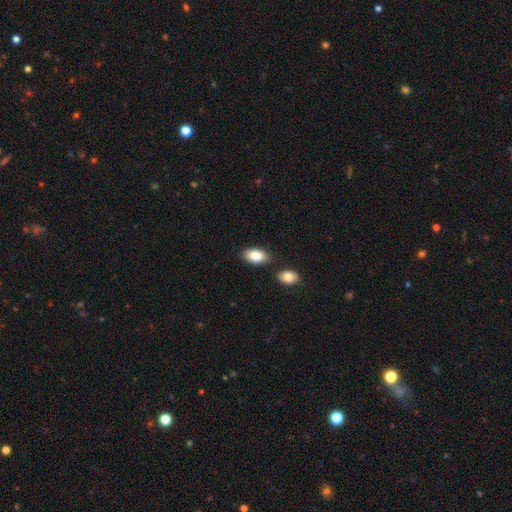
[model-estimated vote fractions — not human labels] smooth_or_featured: smooth (p=0.85) [alt: featured or disk p=0.08]
how_rounded: in between (p=0.94) [alt: round p=0.04]
merging: none (p=0.79) [alt: minor disturbance p=0.11]